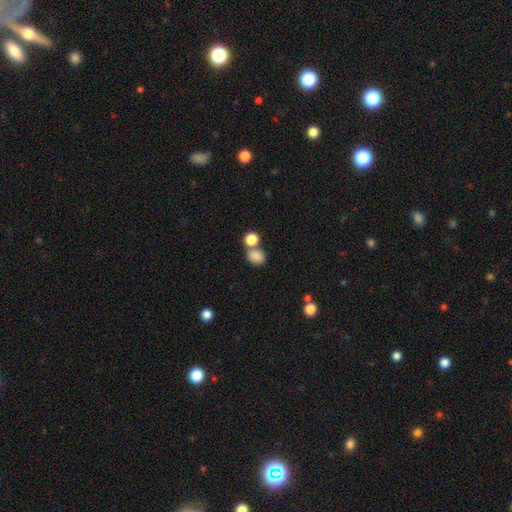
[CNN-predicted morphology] This appears to be a smooth galaxy with no disk features (84%) that is round (62%). Merging: none (49%).